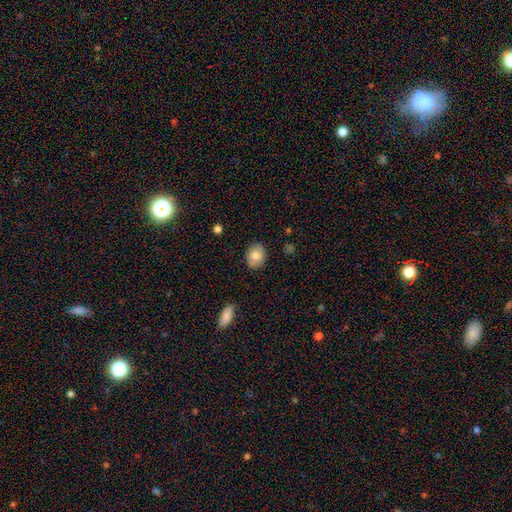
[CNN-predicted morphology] Overall: smooth (82%). How rounded: in between (60%; round 39%). Merging: none (88%).